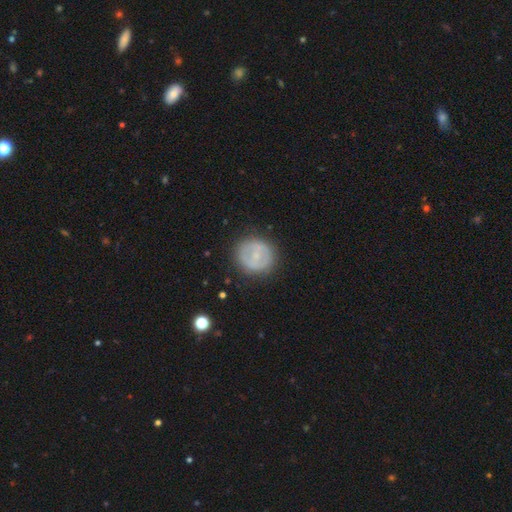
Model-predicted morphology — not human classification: Smooth or featured: smooth — 49% (featured or disk — 44%)
Merging: none — 83% (minor disturbance — 11%)